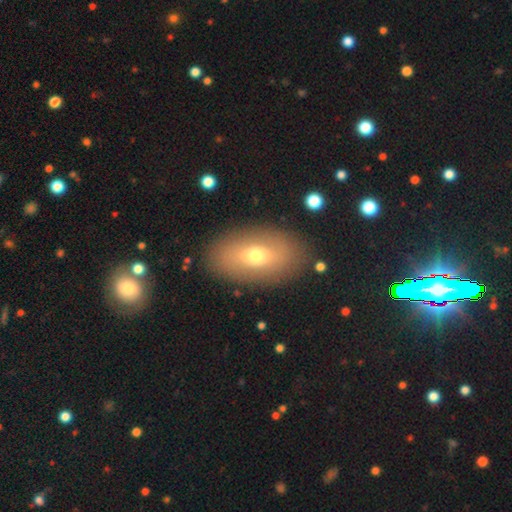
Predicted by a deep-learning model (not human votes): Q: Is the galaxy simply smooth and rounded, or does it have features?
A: smooth — 62%.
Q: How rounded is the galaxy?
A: in between — 89%.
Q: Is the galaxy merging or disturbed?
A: none — 85%.